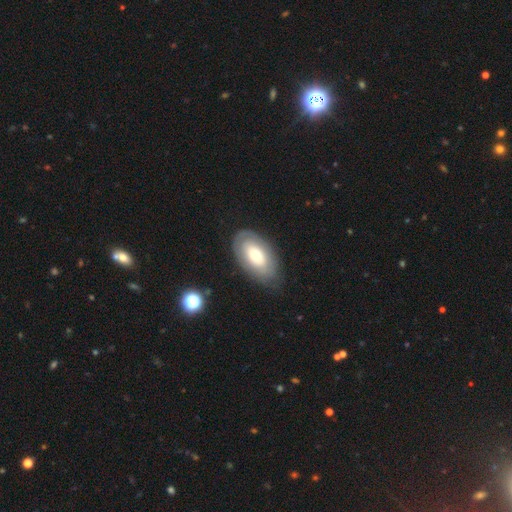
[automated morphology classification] smooth 59%, featured or disk 34%, star or artifact 6%. Down the decision tree: how rounded — in between (93%); merging — none (76%).